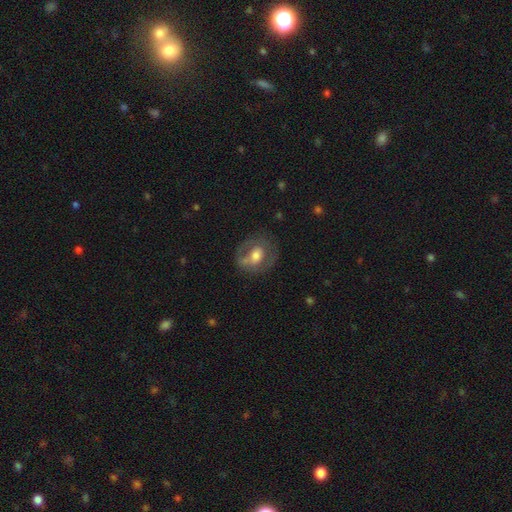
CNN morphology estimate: Q: Smooth or featured?
A: featured or disk (50%); runner-up: smooth (43%)
Q: Merging?
A: none (61%); runner-up: minor disturbance (21%)